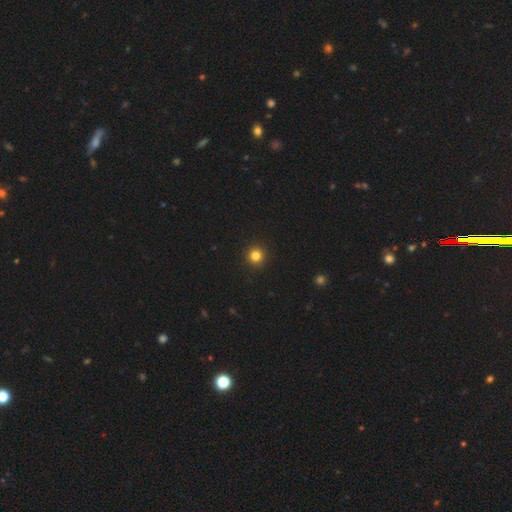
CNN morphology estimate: A smooth galaxy with no disk features (82%) that is round (95%).

Vote fractions:
- Smooth or featured? smooth: 82% / star or artifact: 13% / featured or disk: 4%
- How rounded? round: 95% / in between: 4% / cigar-shaped: 1%
- Merging? none: 93% / minor disturbance: 4% / major disturbance: 2% / merger: 1%